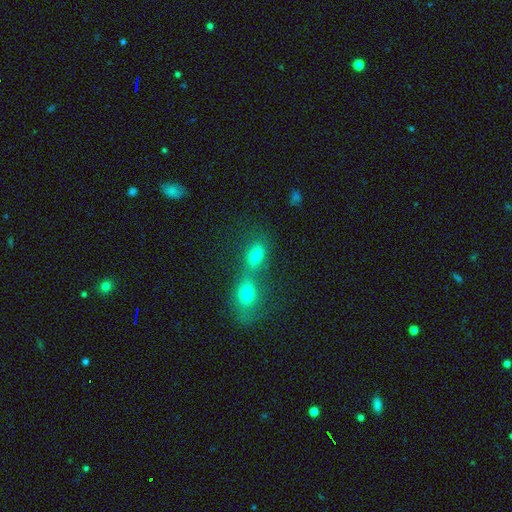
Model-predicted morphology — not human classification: smooth_or_featured: smooth (p=0.74) [alt: star or artifact p=0.15]
how_rounded: in between (p=0.73) [alt: round p=0.23]
merging: merger (p=0.55) [alt: none p=0.33]